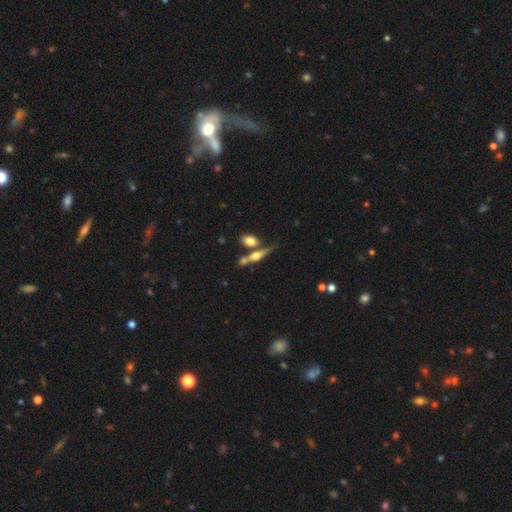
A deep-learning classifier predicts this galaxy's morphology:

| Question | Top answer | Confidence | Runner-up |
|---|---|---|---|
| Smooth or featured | smooth | 46% | tied: featured or disk (46%) |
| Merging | none | 53% | merger (29%) |